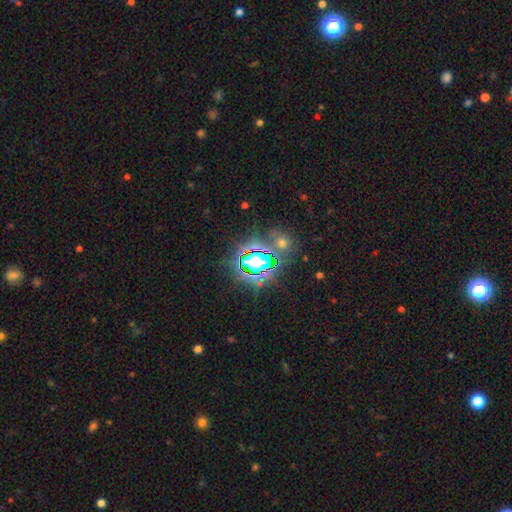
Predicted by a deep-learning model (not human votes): A star or artifact, not a galaxy (78%).